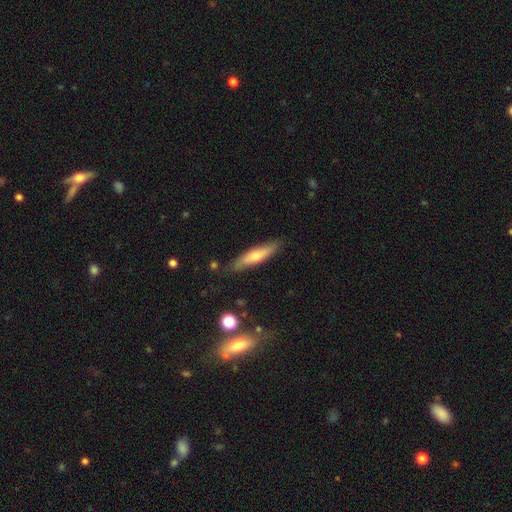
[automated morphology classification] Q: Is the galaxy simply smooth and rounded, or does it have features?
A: smooth — 56%.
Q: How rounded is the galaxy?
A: cigar-shaped — 78%.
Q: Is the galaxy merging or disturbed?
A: none — 84%.